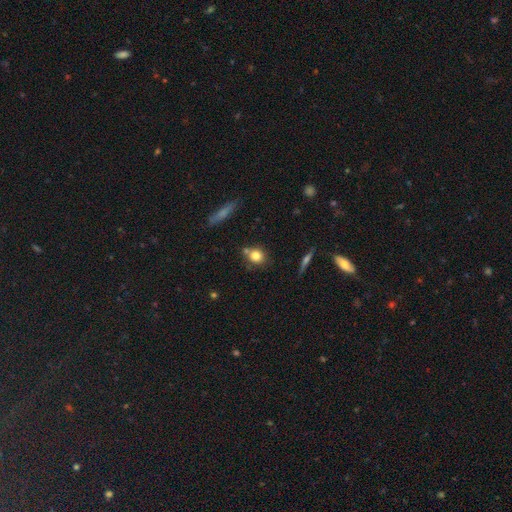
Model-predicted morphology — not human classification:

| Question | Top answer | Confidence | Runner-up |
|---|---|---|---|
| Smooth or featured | smooth | 79% | featured or disk (11%) |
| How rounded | round | 74% | in between (23%) |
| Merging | none | 66% | merger (16%) |